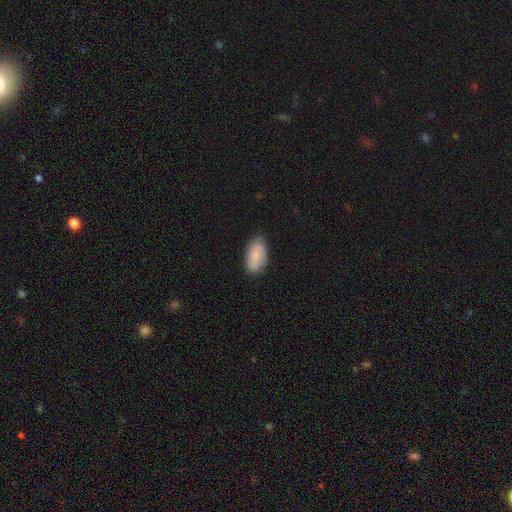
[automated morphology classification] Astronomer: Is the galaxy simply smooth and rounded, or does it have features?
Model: smooth — 78%.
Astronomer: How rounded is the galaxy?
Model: in between — 94%.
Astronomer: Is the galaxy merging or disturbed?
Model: none — 76%.